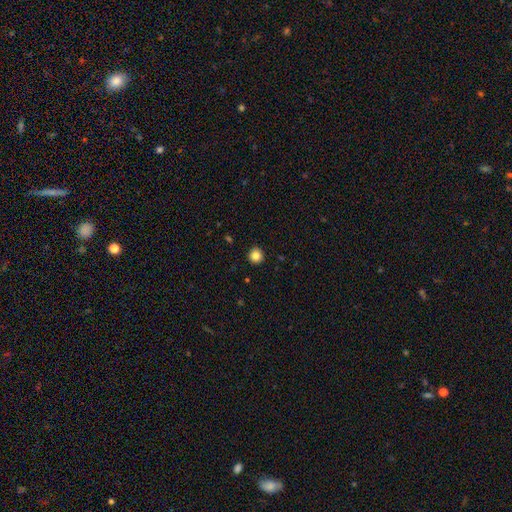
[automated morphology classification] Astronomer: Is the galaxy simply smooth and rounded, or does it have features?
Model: smooth — 84%.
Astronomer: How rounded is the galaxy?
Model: round — 94%.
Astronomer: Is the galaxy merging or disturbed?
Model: none — 93%.